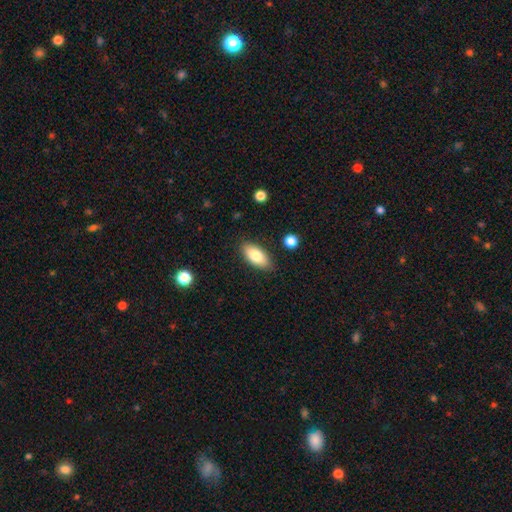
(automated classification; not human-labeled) Q: Smooth or featured?
A: smooth (81%); runner-up: featured or disk (13%)
Q: How rounded?
A: in between (89%); runner-up: cigar-shaped (8%)
Q: Merging?
A: none (86%); runner-up: minor disturbance (11%)